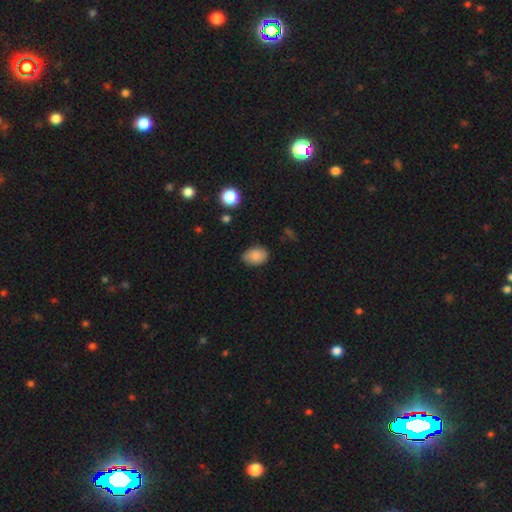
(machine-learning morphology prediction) This appears to be a smooth galaxy with no disk features (85%) that is in between round and cigar-shaped (77%). Merging: none (71%).